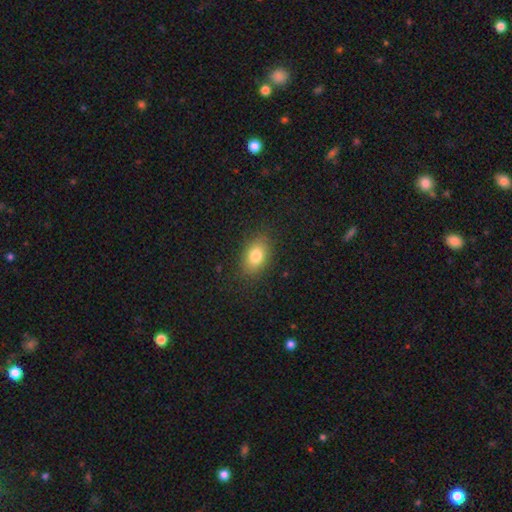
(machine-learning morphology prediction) Smooth or featured?
  - smooth: 80% *
  - featured or disk: 11%
  - star or artifact: 9%
How rounded?
  - in between: 83% *
  - round: 15%
  - cigar-shaped: 2%
Merging?
  - none: 86% *
  - minor disturbance: 10%
  - major disturbance: 3%
  - merger: 1%